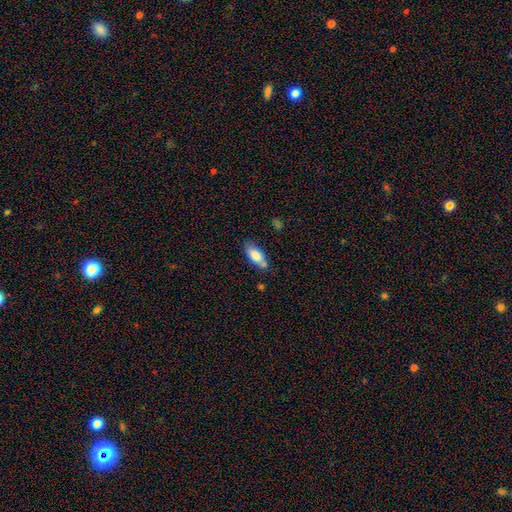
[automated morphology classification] This is clearly a smooth galaxy (81%). How rounded: clearly in between (81%). Merging: likely none (66%).